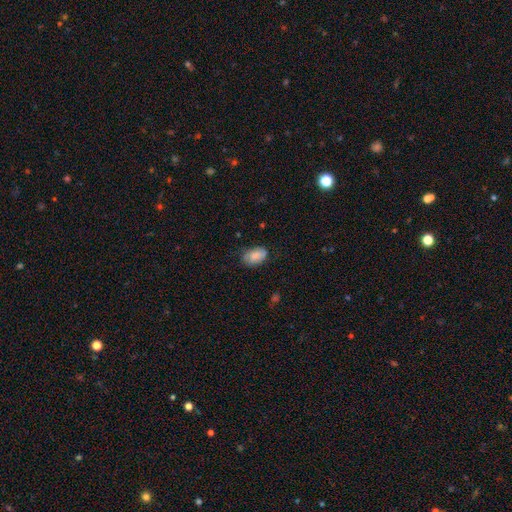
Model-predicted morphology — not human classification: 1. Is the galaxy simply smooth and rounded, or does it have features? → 81% smooth, 12% featured or disk, 8% star or artifact.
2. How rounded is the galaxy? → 90% in between, 9% round, 1% cigar-shaped.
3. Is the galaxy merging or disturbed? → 66% none, 25% minor disturbance, 7% major disturbance, 2% merger.